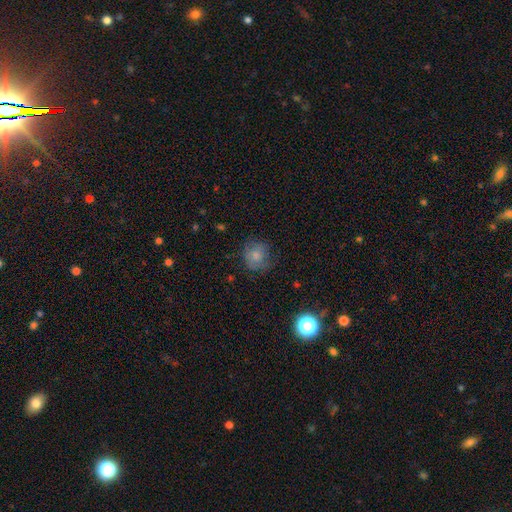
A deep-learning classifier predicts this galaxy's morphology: smooth_or_featured: smooth (p=0.73) [alt: featured or disk p=0.17]
how_rounded: round (p=0.80) [alt: in between p=0.19]
merging: none (p=0.65) [alt: minor disturbance p=0.24]